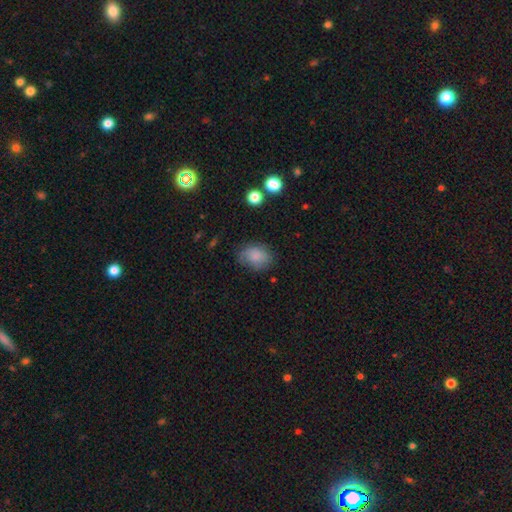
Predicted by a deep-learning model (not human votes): The model was most divided on "how rounded": in between: 61%, round: 38%, cigar-shaped: 1%. More confident: smooth or featured — smooth (80%); merging — none (65%).